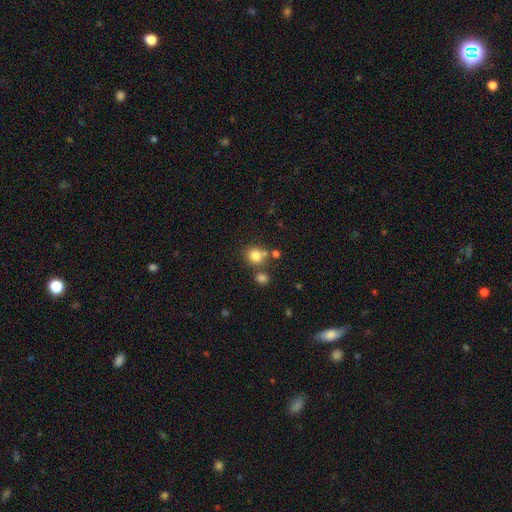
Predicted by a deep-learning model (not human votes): Q: Smooth or featured?
A: smooth (80%); runner-up: star or artifact (12%)
Q: How rounded?
A: round (77%); runner-up: in between (22%)
Q: Merging?
A: none (64%); runner-up: merger (20%)